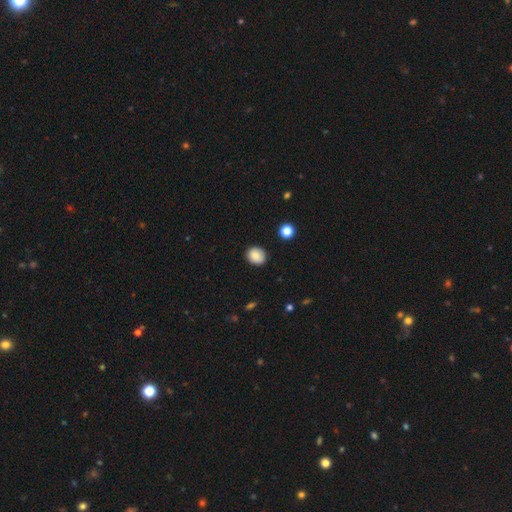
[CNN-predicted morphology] smooth_or_featured: smooth (p=0.85) [alt: star or artifact p=0.09]
how_rounded: round (p=0.69) [alt: in between p=0.30]
merging: none (p=0.86) [alt: minor disturbance p=0.10]